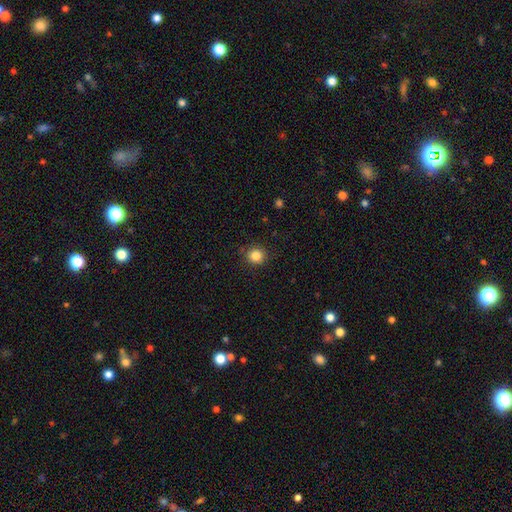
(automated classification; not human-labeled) Overall: smooth (85%). How rounded: round (89%). Merging: none (88%).